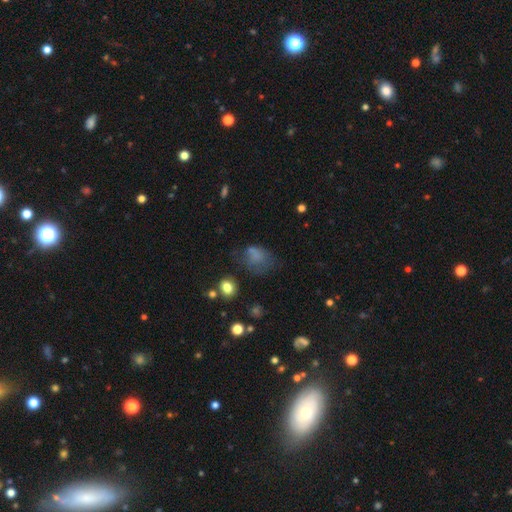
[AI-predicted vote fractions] The model was most divided on "merging": none: 36%, major disturbance: 31%, minor disturbance: 28%, merger: 5%. More confident: smooth or featured — smooth (67%); how rounded — in between (67%).